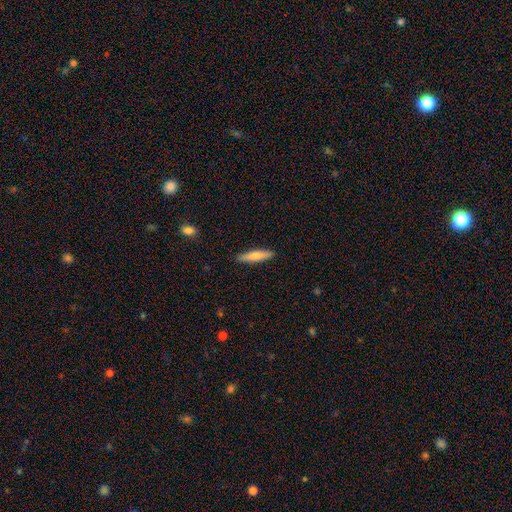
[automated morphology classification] smooth_or_featured: smooth (p=0.71) [alt: featured or disk p=0.24]
how_rounded: cigar-shaped (p=0.84) [alt: in between p=0.14]
merging: none (p=0.90) [alt: minor disturbance p=0.07]